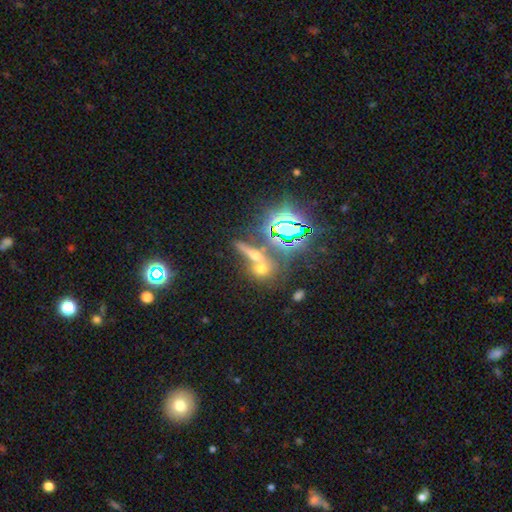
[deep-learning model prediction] This is marginally a smooth galaxy (40%). Merging: marginally none (45%).